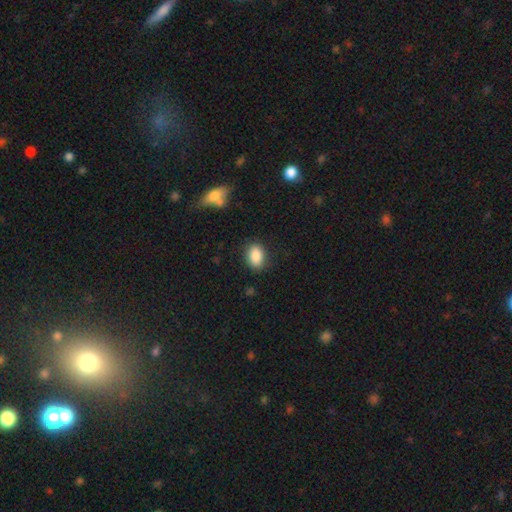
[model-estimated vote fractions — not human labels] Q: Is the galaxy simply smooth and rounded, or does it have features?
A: smooth — 88%.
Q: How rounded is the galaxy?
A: in between — 81%.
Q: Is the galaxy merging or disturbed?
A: none — 84%.